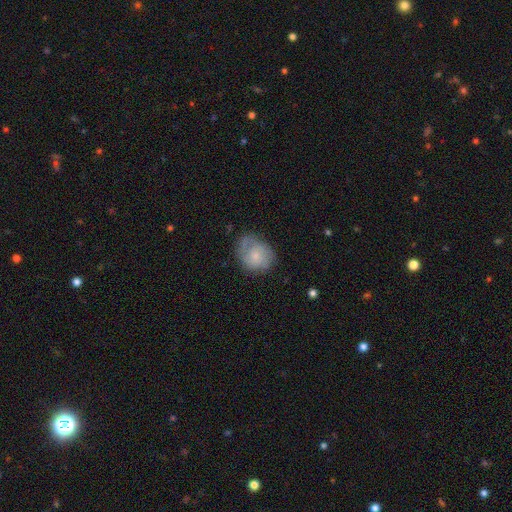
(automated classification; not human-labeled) The model was most divided on "smooth or featured": smooth: 47%, featured or disk: 46%, star or artifact: 7%. More confident: merging — none (54%).